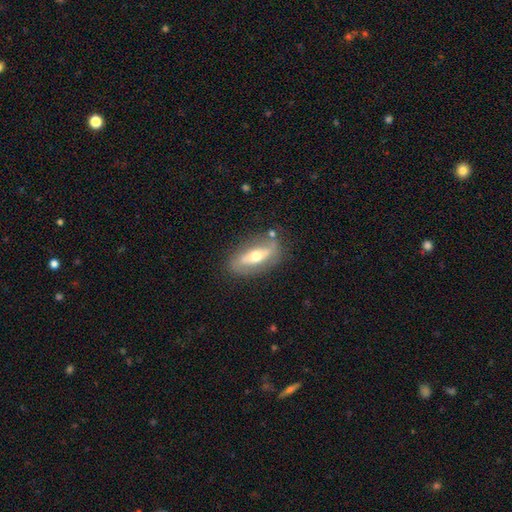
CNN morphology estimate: Overall: featured or disk (59%; smooth 35%). Edge-on disk: no (68%; yes 32%). Merging: none (74%).